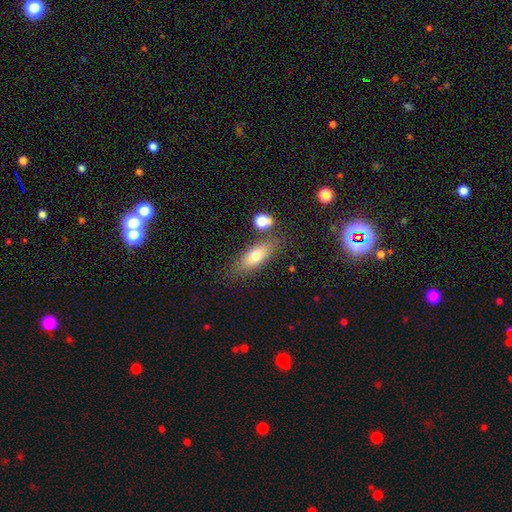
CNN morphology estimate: This appears to be a smooth galaxy with no disk features (71%) that is in between round and cigar-shaped (67%). Merging: none (73%).